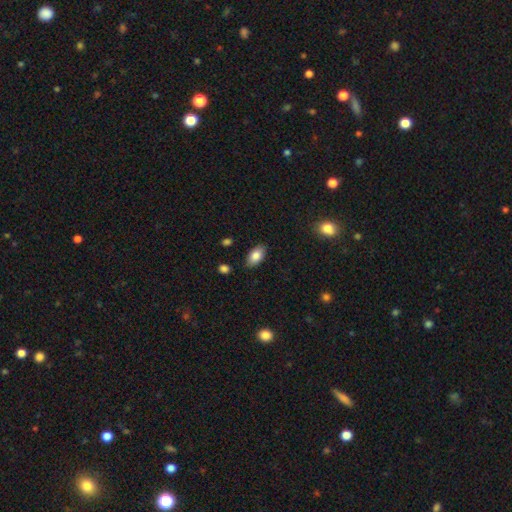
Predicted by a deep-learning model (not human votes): Smooth or featured: smooth — 83% (featured or disk — 9%)
How rounded: in between — 93% (round — 4%)
Merging: none — 85% (minor disturbance — 11%)